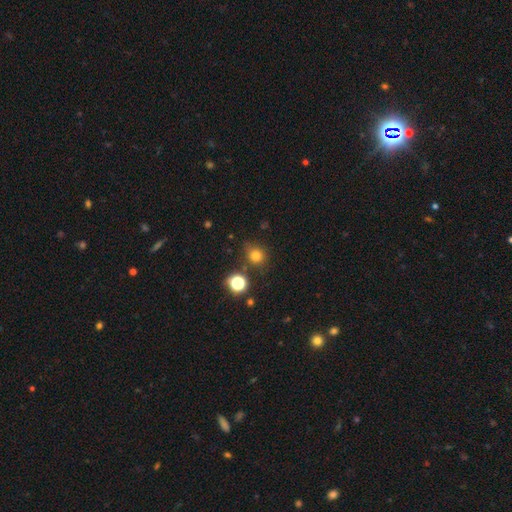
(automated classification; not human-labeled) smooth_or_featured: smooth (p=0.77) [alt: star or artifact p=0.17]
how_rounded: round (p=0.84) [alt: in between p=0.15]
merging: none (p=0.74) [alt: minor disturbance p=0.16]